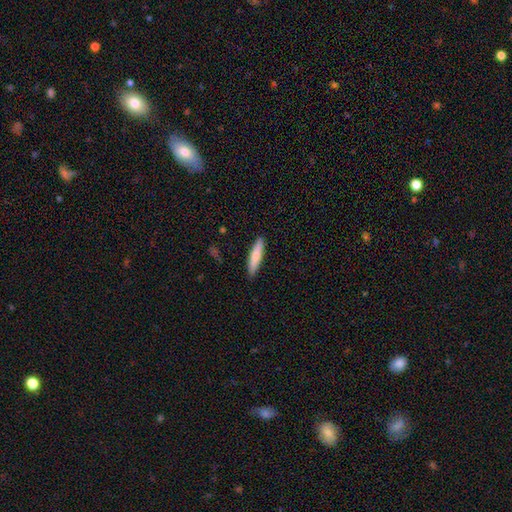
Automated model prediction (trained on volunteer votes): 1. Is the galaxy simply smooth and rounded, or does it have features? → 77% smooth, 18% featured or disk, 5% star or artifact.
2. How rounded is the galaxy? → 85% cigar-shaped, 14% in between, 1% round.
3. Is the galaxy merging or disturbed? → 89% none, 8% minor disturbance, 2% major disturbance, 1% merger.